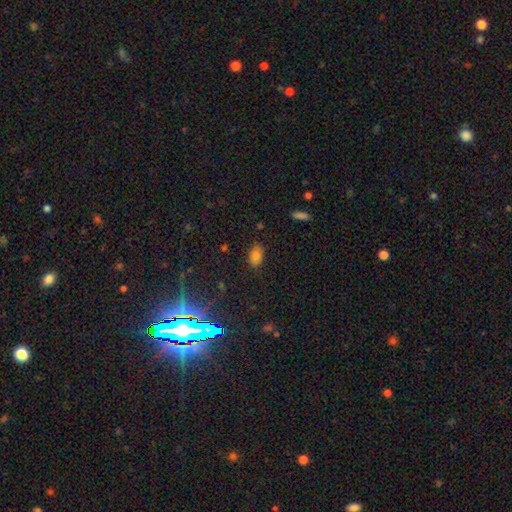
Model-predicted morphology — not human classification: Smooth or featured? smooth (79%)
How rounded? in between (89%)
Merging? none (81%)